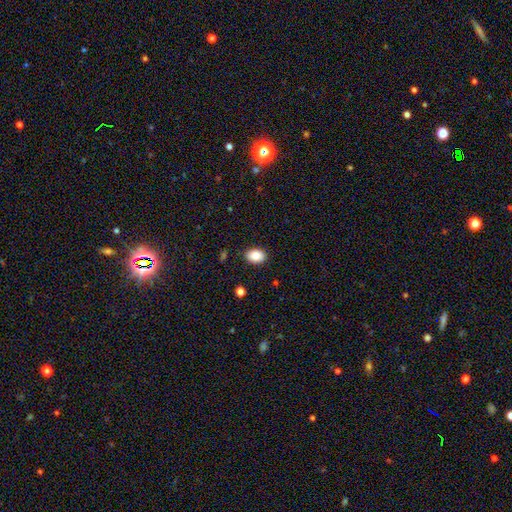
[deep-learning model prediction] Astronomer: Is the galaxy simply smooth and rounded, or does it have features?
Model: smooth — 86%.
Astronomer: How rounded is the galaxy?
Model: in between — 80%.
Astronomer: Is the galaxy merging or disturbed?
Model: none — 87%.